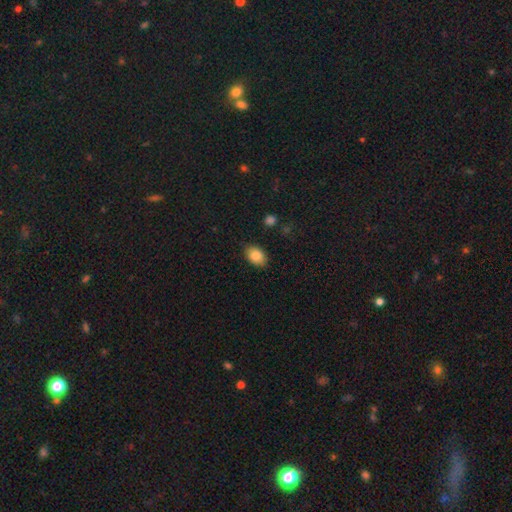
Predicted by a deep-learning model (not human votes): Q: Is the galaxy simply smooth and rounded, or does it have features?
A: smooth — 85%.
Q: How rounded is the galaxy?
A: in between — 82%.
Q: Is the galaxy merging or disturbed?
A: none — 85%.